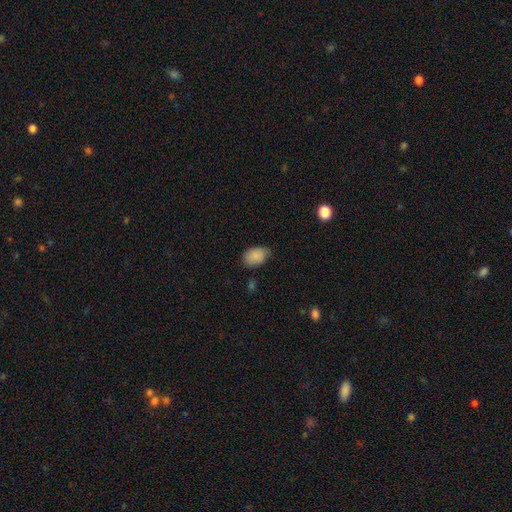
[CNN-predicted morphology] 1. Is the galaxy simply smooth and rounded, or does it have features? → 87% smooth, 7% star or artifact, 6% featured or disk.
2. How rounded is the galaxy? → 85% in between, 14% round, 1% cigar-shaped.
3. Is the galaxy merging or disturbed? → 71% none, 23% minor disturbance, 4% major disturbance, 2% merger.